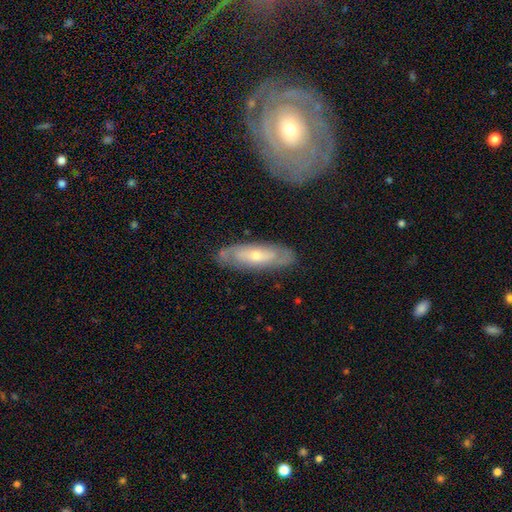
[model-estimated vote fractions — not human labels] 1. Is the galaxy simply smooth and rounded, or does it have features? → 63% featured or disk, 27% smooth, 10% star or artifact.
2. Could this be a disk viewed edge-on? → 77% no, 23% yes.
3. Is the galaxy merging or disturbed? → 80% none, 13% minor disturbance, 4% major disturbance, 3% merger.